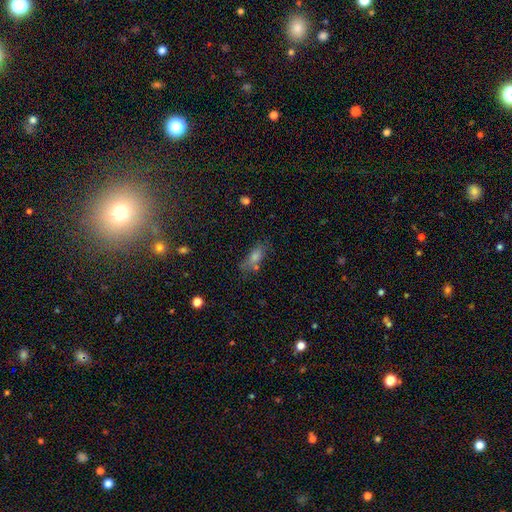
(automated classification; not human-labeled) Smooth or featured? smooth (64%)
How rounded? in between (71%)
Merging? none (60%)